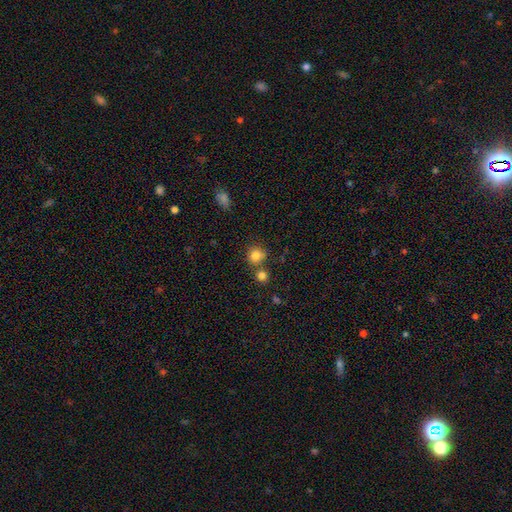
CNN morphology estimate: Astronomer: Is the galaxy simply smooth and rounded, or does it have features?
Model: smooth — 81%.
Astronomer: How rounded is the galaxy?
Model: round — 87%.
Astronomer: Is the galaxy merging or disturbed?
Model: none — 66%.